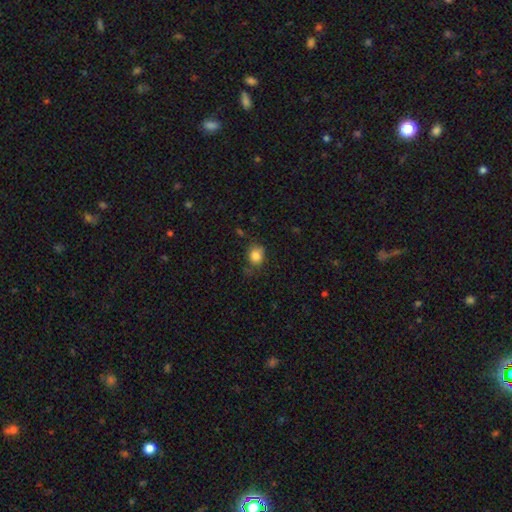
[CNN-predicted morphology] Smooth or featured? Predicted: smooth (p=0.85). How rounded? Predicted: round (p=0.61). Merging? Predicted: none (p=0.69).